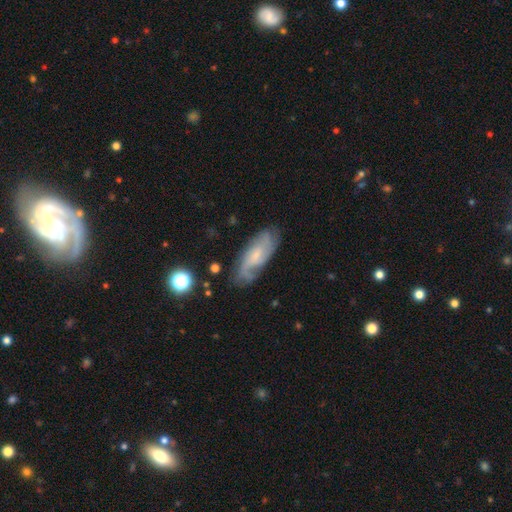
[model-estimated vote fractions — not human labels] Q: Smooth or featured?
A: featured or disk (72%); runner-up: smooth (21%)
Q: Edge-on disk?
A: no (90%); runner-up: yes (10%)
Q: Bar?
A: no (54%); runner-up: weak (38%)
Q: Spiral arms?
A: yes (94%); runner-up: no (6%)
Q: Spiral winding?
A: medium (44%); runner-up: tight (37%)
Q: Spiral arm count?
A: 2 (45%); runner-up: can't tell (25%)
Q: Bulge size?
A: small (56%); runner-up: moderate (27%)
Q: Merging?
A: none (73%); runner-up: minor disturbance (19%)